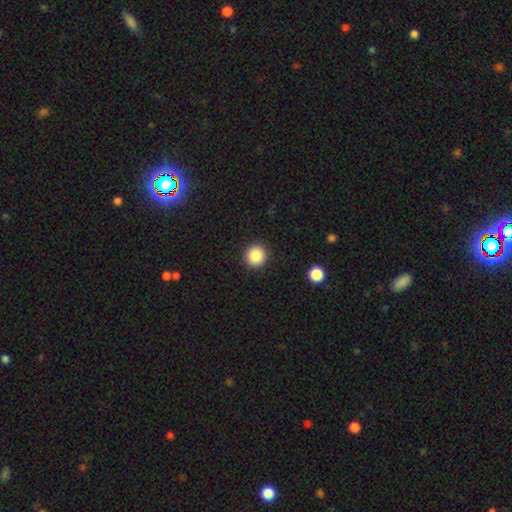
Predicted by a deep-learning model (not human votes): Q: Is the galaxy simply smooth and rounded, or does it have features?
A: smooth — 87%.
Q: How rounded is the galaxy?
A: round — 95%.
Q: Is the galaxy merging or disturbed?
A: none — 92%.